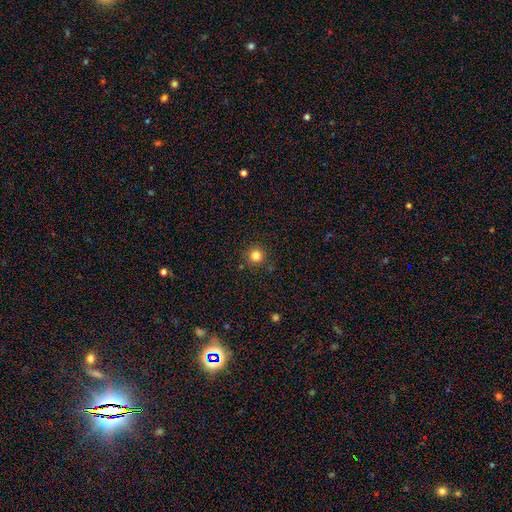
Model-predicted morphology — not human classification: Smooth or featured: smooth — 82% (star or artifact — 13%)
How rounded: round — 95% (in between — 4%)
Merging: none — 89% (minor disturbance — 7%)